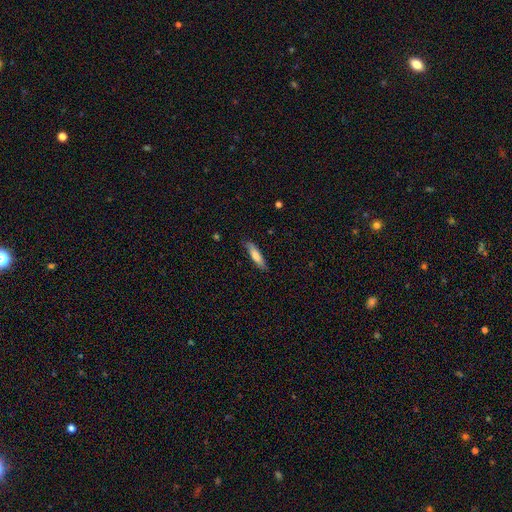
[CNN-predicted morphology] type=smooth (72%); roundness=cigar-shaped (76%); merging=none (84%).